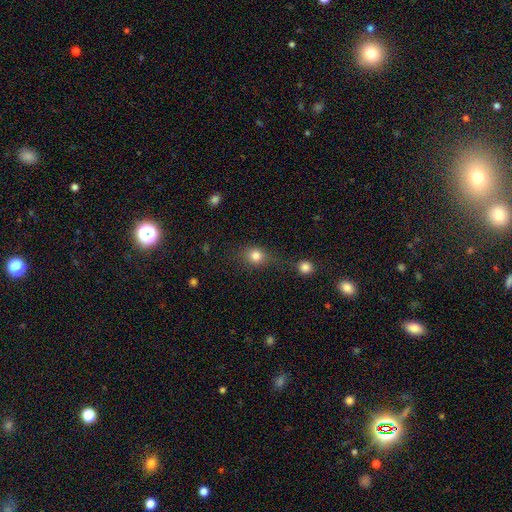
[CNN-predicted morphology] Smooth or featured? smooth (80%)
How rounded? round (70%)
Merging? none (58%)